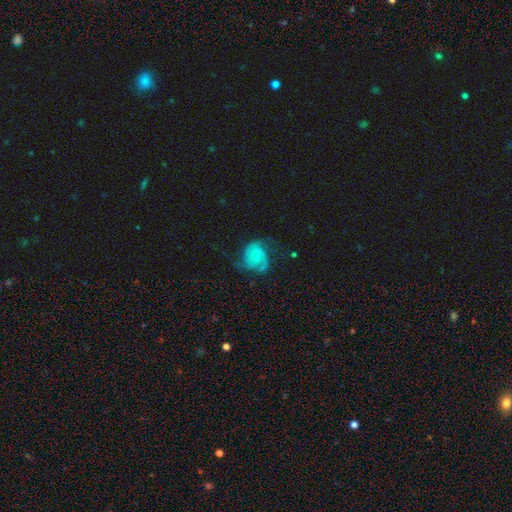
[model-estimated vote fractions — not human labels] A featured or disk galaxy (76%) with no bar (57%), 2 (69%) medium (44%) spiral arms (94%) and a small central bulge (61%).

Vote fractions:
- Smooth or featured? featured or disk: 76% / smooth: 17% / star or artifact: 7%
- Edge-on disk? no: 98% / yes: 2%
- Bar? no: 57% / weak: 37% / strong: 7%
- Spiral arms? yes: 94% / no: 6%
- Spiral winding? medium: 44% / tight: 40% / loose: 16%
- Spiral arm count? 2: 69% / can't tell: 12% / 3: 9% / 1: 5% / 4: 2% / more than 4: 2%
- Bulge size? small: 61% / none: 18% / moderate: 18% / large: 2% / dominant: 1%
- Merging? none: 52% / minor disturbance: 24% / major disturbance: 22% / merger: 2%